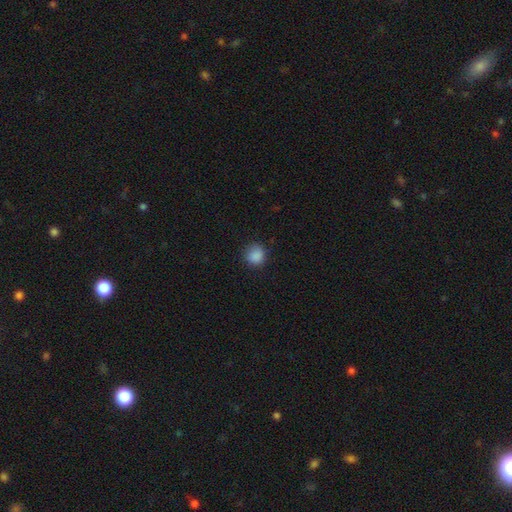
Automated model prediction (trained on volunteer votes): smooth 87%, star or artifact 10%, featured or disk 3%. Down the decision tree: how rounded — round (86%); merging — none (82%).